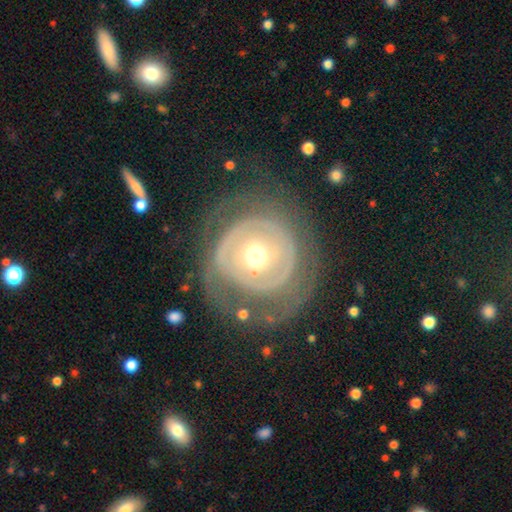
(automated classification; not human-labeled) This is likely a featured or disk galaxy (75%). It is clearly not viewed edge-on (96%). Bar: likely no (74%). Spiral arm pattern: possibly yes (57%). Central bulge: likely moderate (71%). Merging: likely none (65%).